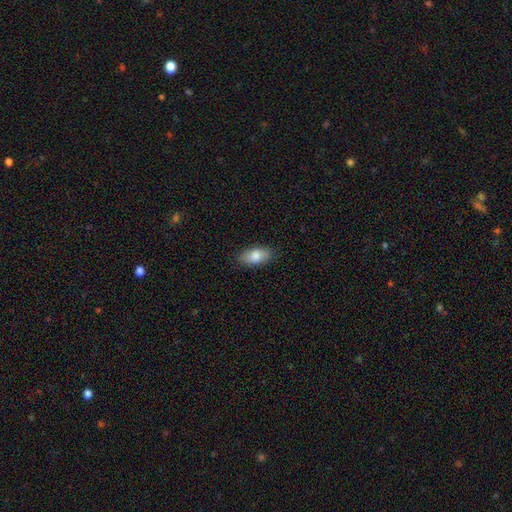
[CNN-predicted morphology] Overall: smooth (81%). How rounded: in between (90%). Merging: none (86%).